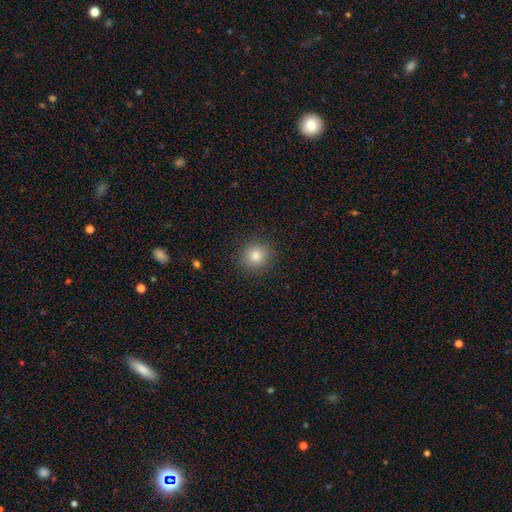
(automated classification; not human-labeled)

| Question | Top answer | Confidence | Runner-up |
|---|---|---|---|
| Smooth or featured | smooth | 82% | star or artifact (12%) |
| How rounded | round | 90% | in between (10%) |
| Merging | none | 91% | minor disturbance (6%) |